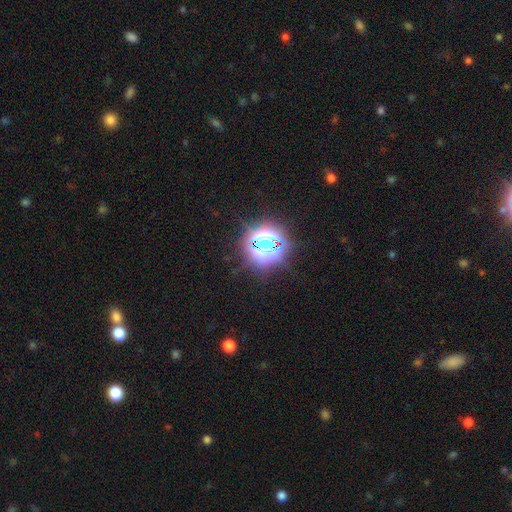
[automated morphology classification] type=star or artifact (76%).